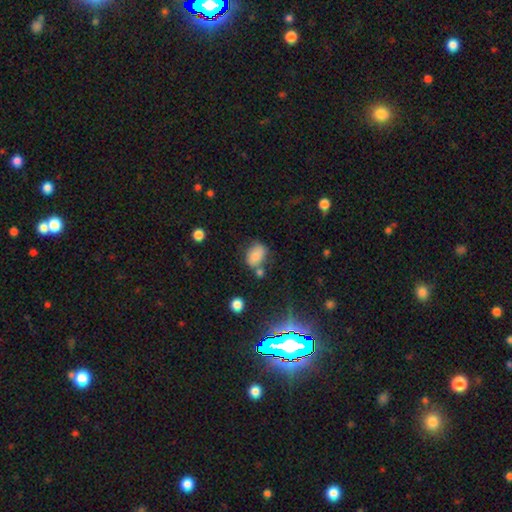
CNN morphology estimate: A smooth galaxy with no disk features (78%) that is in between round and cigar-shaped (76%). Merging: none (56%).